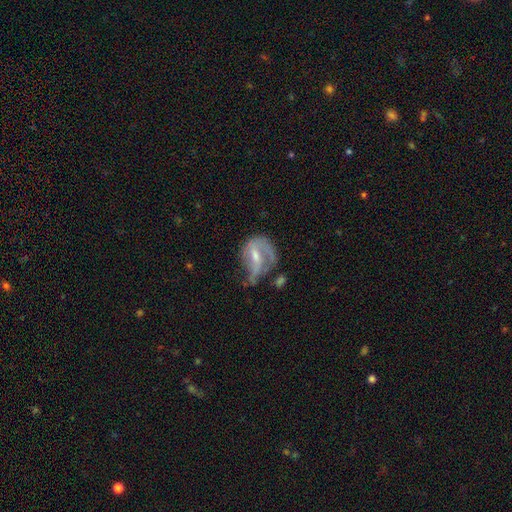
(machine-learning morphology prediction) Smooth or featured? Predicted: featured or disk (p=0.72). Edge-on disk? Predicted: no (p=0.95). Bar? Predicted: weak (p=0.46). Spiral arms? Predicted: yes (p=0.76). Spiral winding? Predicted: medium (p=0.38). Spiral arm count? Predicted: 2 (p=0.44). Bulge size? Predicted: small (p=0.45). Merging? Predicted: major disturbance (p=0.34).